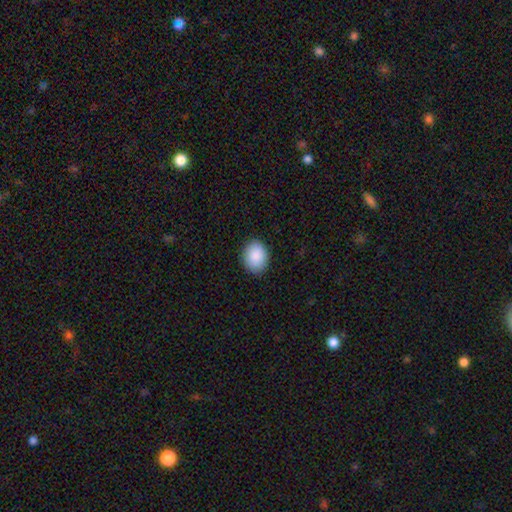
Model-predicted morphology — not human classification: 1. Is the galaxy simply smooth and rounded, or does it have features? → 90% smooth, 7% star or artifact, 3% featured or disk.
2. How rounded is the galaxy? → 57% in between, 42% round, 1% cigar-shaped.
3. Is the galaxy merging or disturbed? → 88% none, 9% minor disturbance, 2% major disturbance, 1% merger.